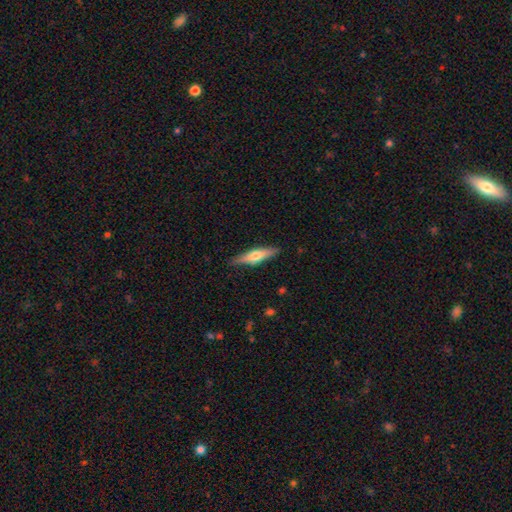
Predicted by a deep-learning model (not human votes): Q: Smooth or featured?
A: featured or disk (50%); runner-up: smooth (44%)
Q: Edge-on disk?
A: yes (93%); runner-up: no (7%)
Q: Merging?
A: none (86%); runner-up: minor disturbance (10%)